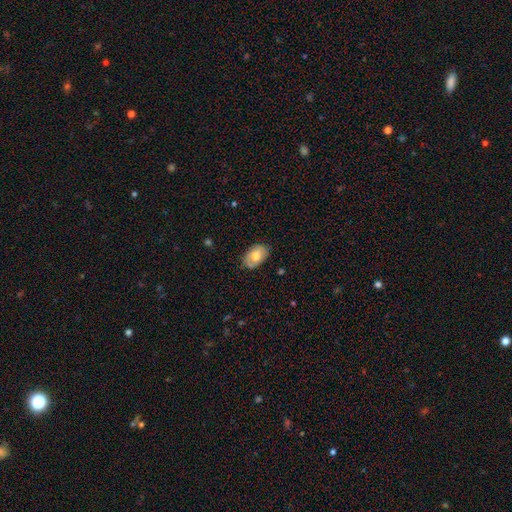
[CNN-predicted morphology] Smooth or featured: smooth — 70% (featured or disk — 24%)
How rounded: in between — 90% (round — 9%)
Merging: none — 76% (minor disturbance — 20%)